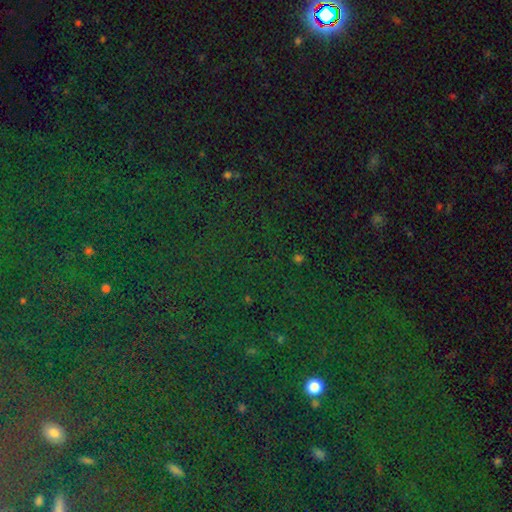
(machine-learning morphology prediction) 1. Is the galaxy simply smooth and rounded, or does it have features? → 82% star or artifact, 11% smooth, 7% featured or disk.